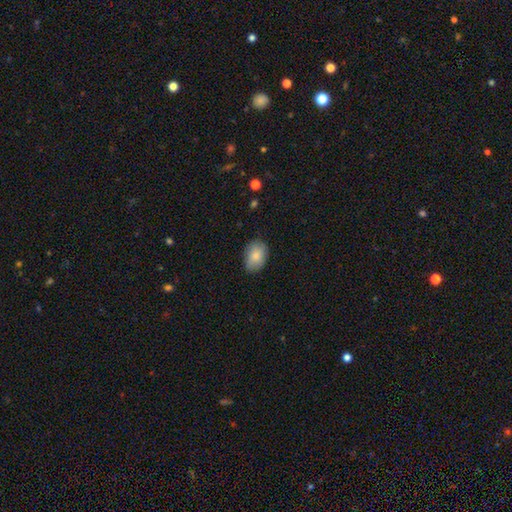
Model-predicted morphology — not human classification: Smooth or featured? smooth (85%)
How rounded? in between (81%)
Merging? none (78%)